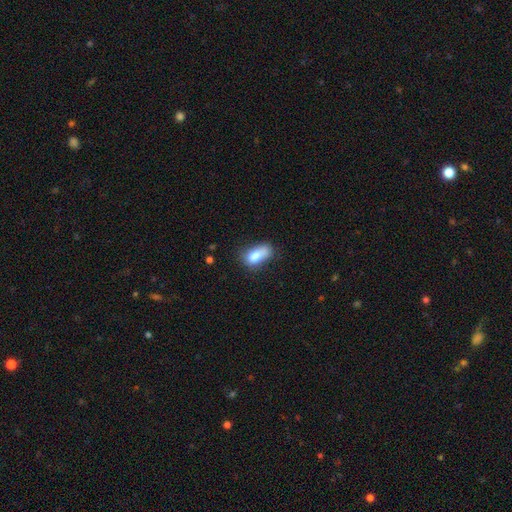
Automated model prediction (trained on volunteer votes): A smooth galaxy with no disk features (79%) that is in between round and cigar-shaped (87%).

Vote fractions:
- Smooth or featured? smooth: 79% / featured or disk: 12% / star or artifact: 9%
- How rounded? in between: 87% / cigar-shaped: 8% / round: 5%
- Merging? none: 46% / minor disturbance: 32% / major disturbance: 13% / merger: 9%